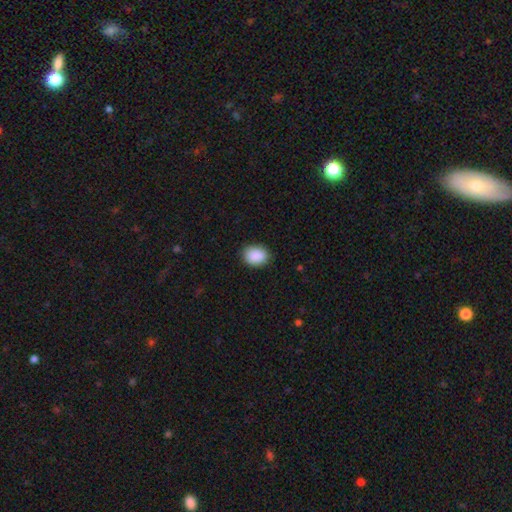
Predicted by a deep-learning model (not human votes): Smooth or featured? smooth (90%)
How rounded? in between (62%)
Merging? none (86%)